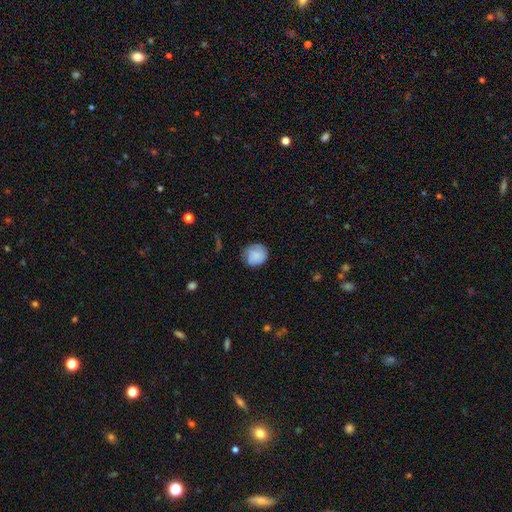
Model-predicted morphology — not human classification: Smooth or featured? smooth (75%)
How rounded? round (84%)
Merging? none (71%)